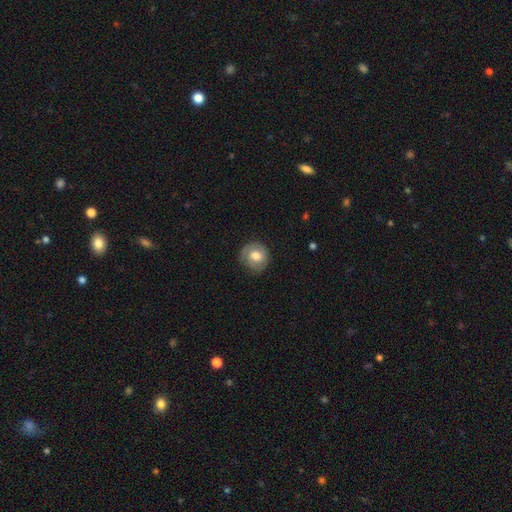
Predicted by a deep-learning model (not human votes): The model was most divided on "smooth or featured": smooth: 62%, featured or disk: 31%, star or artifact: 7%. More confident: how rounded — round (86%); merging — none (74%).